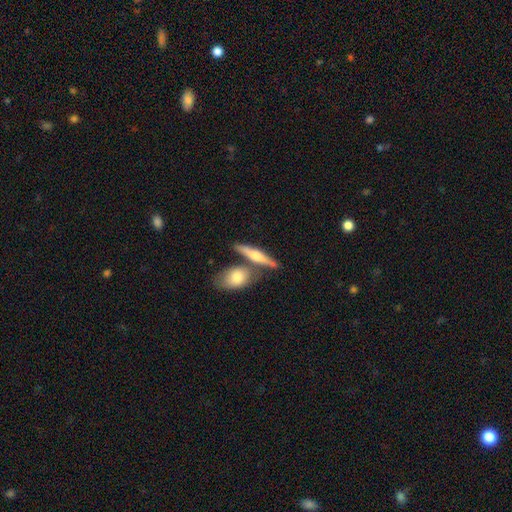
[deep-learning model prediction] smooth-or-featured: featured or disk: 49% | smooth: 45% | star or artifact: 6%
  merging: none: 61% | merger: 24% | minor disturbance: 11% | major disturbance: 4%